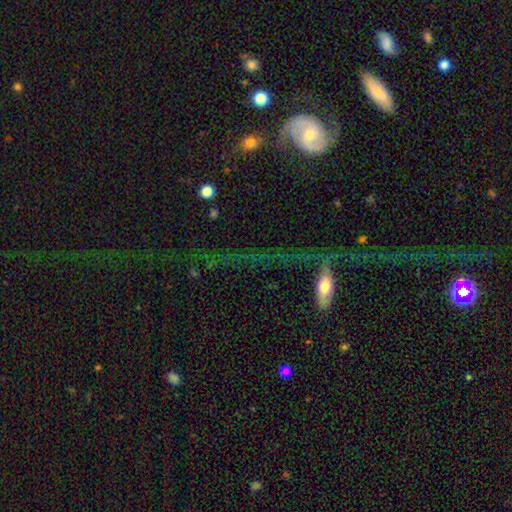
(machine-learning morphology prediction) The model was most divided on "edge-on disk" (2-way tie): yes: 50%, no: 50%. Remaining: smooth or featured — featured or disk (59%); merging — none (46%).